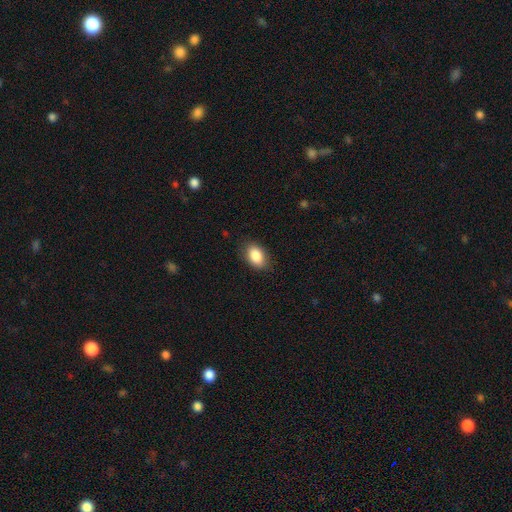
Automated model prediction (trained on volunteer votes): Morphology: type=smooth (88%); roundness=in between (89%); merging=none (84%).